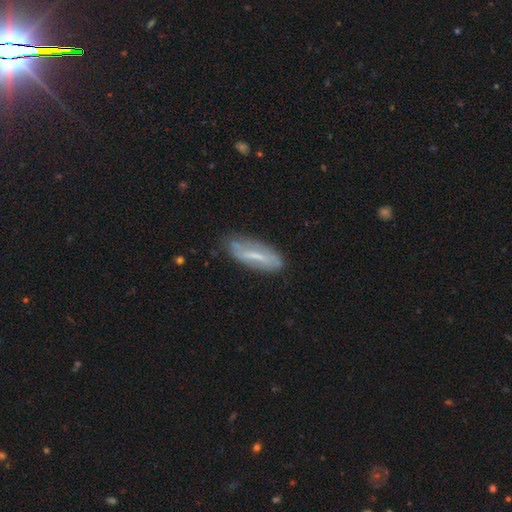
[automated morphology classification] Smooth or featured? Predicted: featured or disk (p=0.53). Edge-on disk? Predicted: no (p=0.76). Merging? Predicted: none (p=0.70).